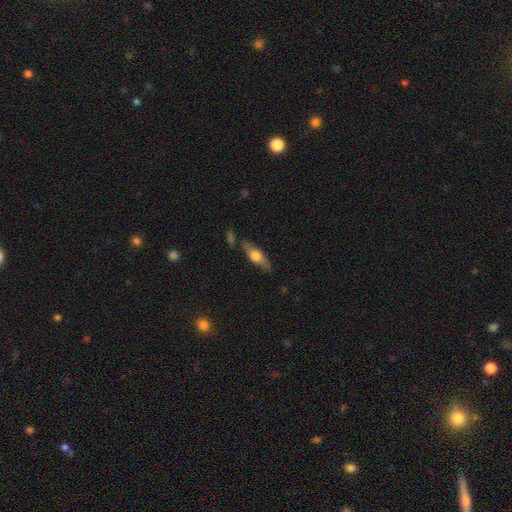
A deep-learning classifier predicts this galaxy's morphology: A smooth galaxy with no disk features (51%) that is in between round and cigar-shaped (50%). Merging: none (71%).